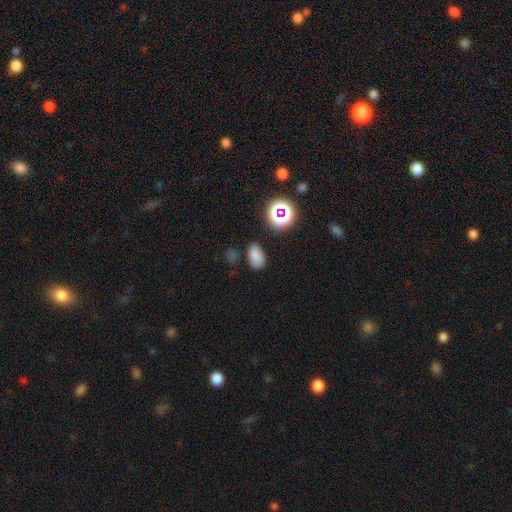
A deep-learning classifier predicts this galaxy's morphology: smooth 77%, star or artifact 17%, featured or disk 6%. Down the decision tree: how rounded — in between (89%); merging — none (77%).